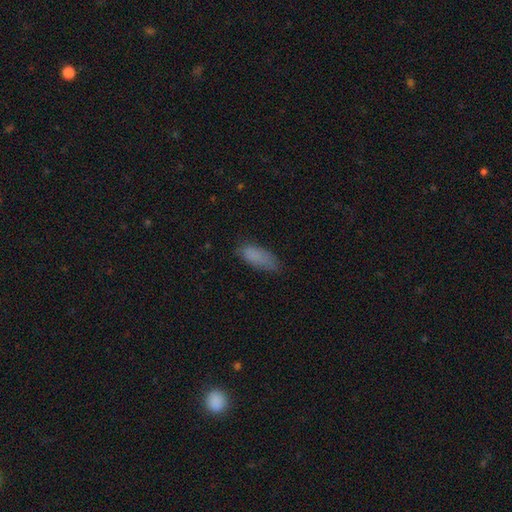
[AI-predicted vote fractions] Morphology: type=smooth (83%); roundness=in between (76%); merging=none (64%).